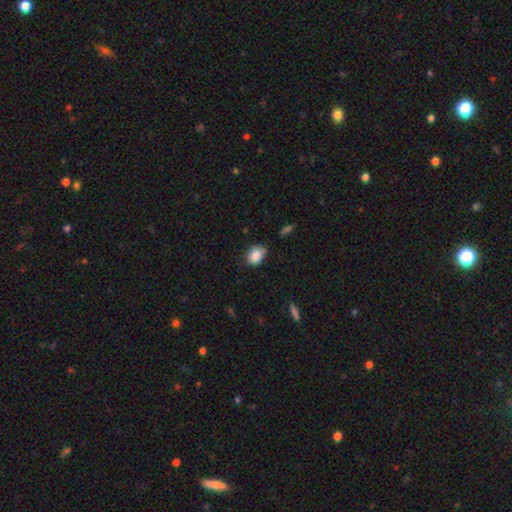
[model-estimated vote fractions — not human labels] A smooth galaxy with no disk features (85%) that is in between round and cigar-shaped (65%). Merging: none (63%).